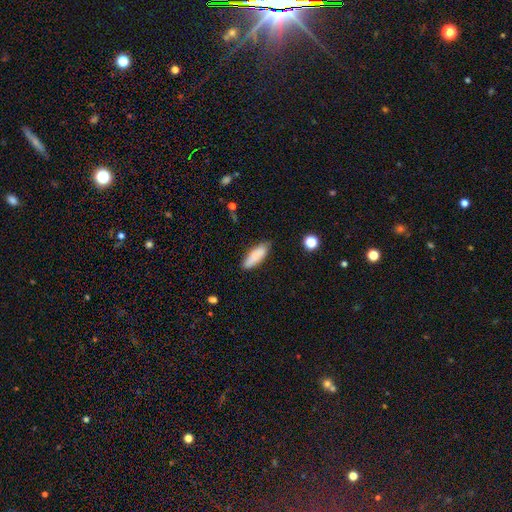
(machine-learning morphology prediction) type=smooth (85%); roundness=in between (61%); merging=none (76%).